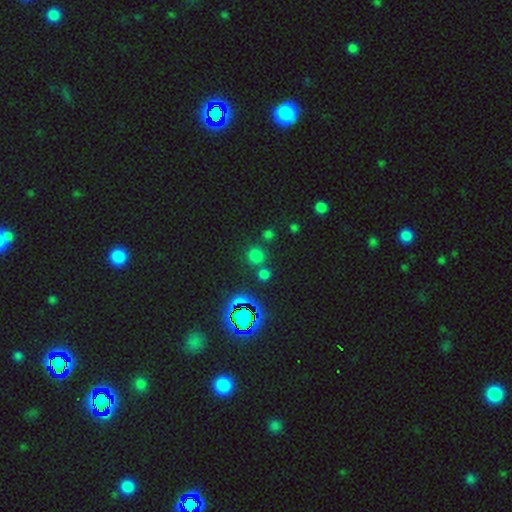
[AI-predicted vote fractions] smooth-or-featured: smooth: 63% | star or artifact: 31% | featured or disk: 6%
  how-rounded: round: 92% | in between: 7% | cigar-shaped: 1%
  merging: none: 76% | merger: 13% | minor disturbance: 7% | major disturbance: 4%